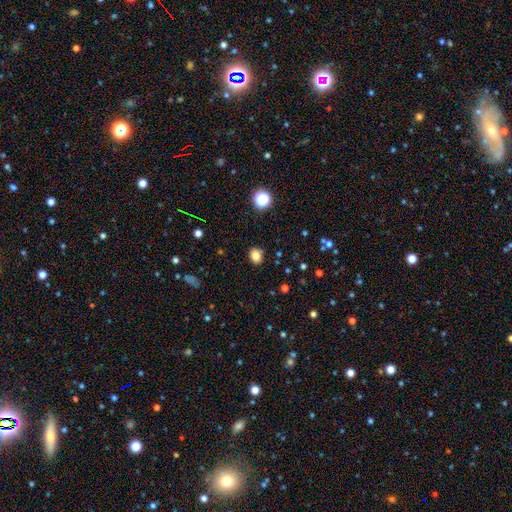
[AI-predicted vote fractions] Overall: smooth (82%). How rounded: round (56%; in between 43%). Merging: none (87%).